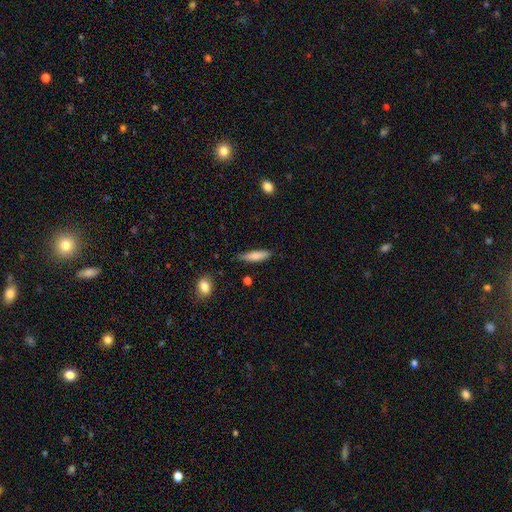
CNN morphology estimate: Smooth or featured? Predicted: smooth (p=0.78). How rounded? Predicted: cigar-shaped (p=0.71). Merging? Predicted: none (p=0.78).